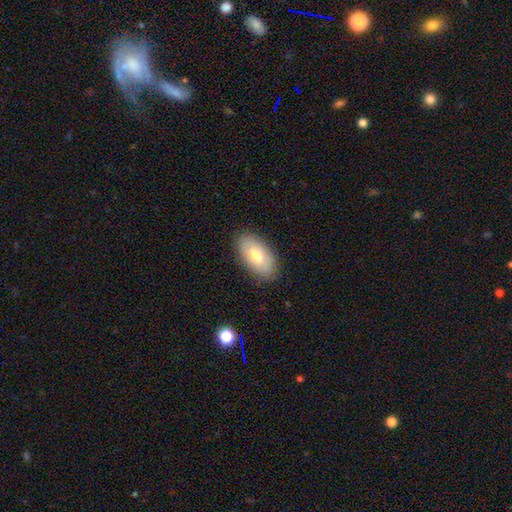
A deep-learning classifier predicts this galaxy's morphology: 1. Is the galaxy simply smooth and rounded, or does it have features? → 71% smooth, 23% featured or disk, 6% star or artifact.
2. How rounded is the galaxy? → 94% in between, 3% round, 3% cigar-shaped.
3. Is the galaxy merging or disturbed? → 86% none, 10% minor disturbance, 3% major disturbance, 1% merger.